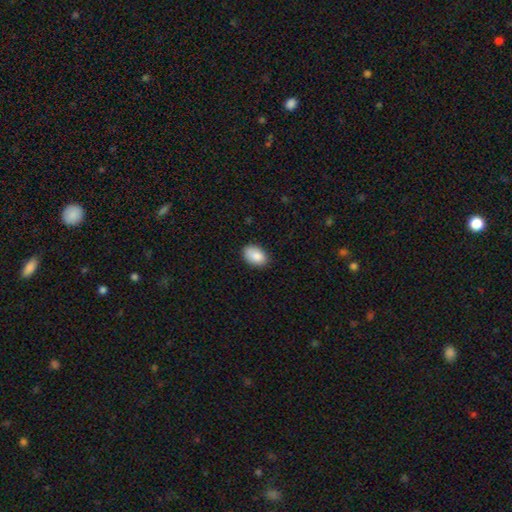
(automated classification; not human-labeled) smooth_or_featured: smooth (p=0.87) [alt: star or artifact p=0.07]
how_rounded: in between (p=0.88) [alt: round p=0.11]
merging: none (p=0.83) [alt: minor disturbance p=0.14]